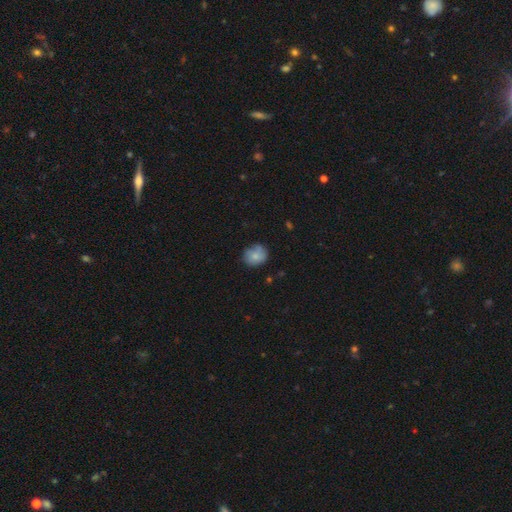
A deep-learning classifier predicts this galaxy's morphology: Overall: smooth (79%). How rounded: round (70%). Merging: none (68%).